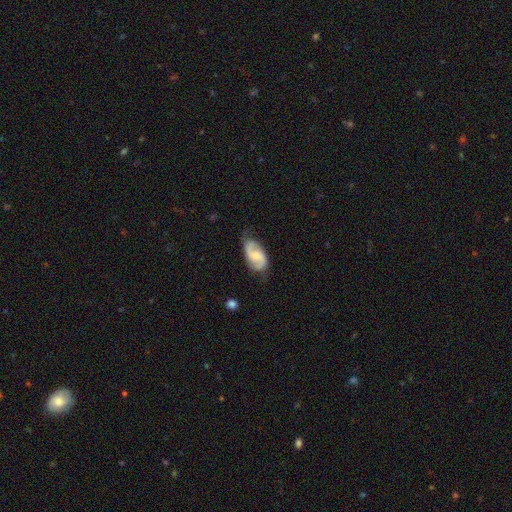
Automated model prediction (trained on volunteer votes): Smooth or featured?
  - featured or disk: 74% *
  - smooth: 20%
  - star or artifact: 5%
Edge-on disk?
  - no: 97% *
  - yes: 3%
Bar?
  - no: 47% *
  - weak: 44%
  - strong: 9%
Spiral arms?
  - yes: 95% *
  - no: 5%
Spiral winding?
  - medium: 48% *
  - loose: 32%
  - tight: 21%
Spiral arm count?
  - 2: 89% *
  - can't tell: 5%
  - 1: 2%
  - 3: 2%
  - 4: 1%
  - more than 4: 1%
Bulge size?
  - small: 47% *
  - moderate: 37%
  - none: 12%
  - large: 3%
  - dominant: 1%
Merging?
  - none: 64% *
  - minor disturbance: 27%
  - major disturbance: 7%
  - merger: 2%